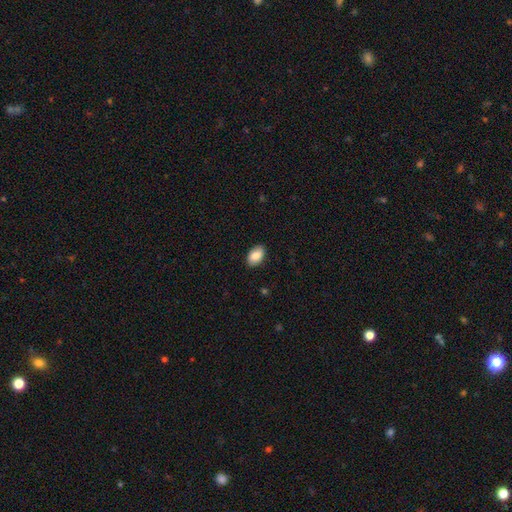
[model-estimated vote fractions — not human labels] smooth 85%, featured or disk 8%, star or artifact 7%. Down the decision tree: how rounded — in between (92%); merging — none (89%).